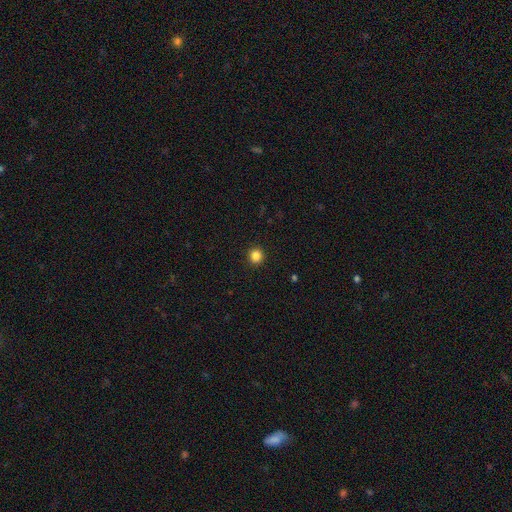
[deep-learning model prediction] smooth-or-featured: smooth: 84% | star or artifact: 12% | featured or disk: 4%
  how-rounded: round: 92% | in between: 7% | cigar-shaped: 1%
  merging: none: 93% | minor disturbance: 5% | major disturbance: 2% | merger: 1%